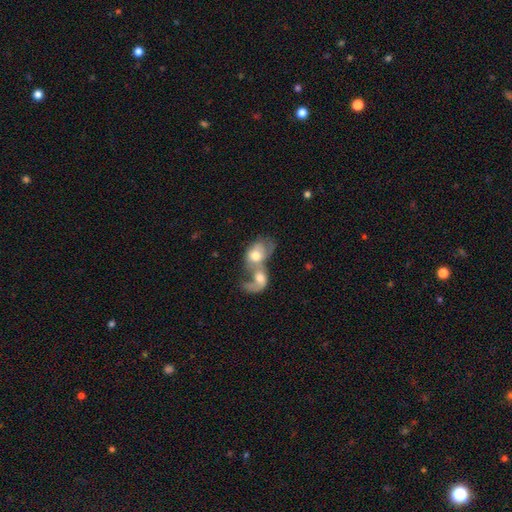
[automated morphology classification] Smooth or featured? Predicted: smooth (p=0.53). How rounded? Predicted: in between (p=0.69). Merging? Predicted: merger (p=0.82).